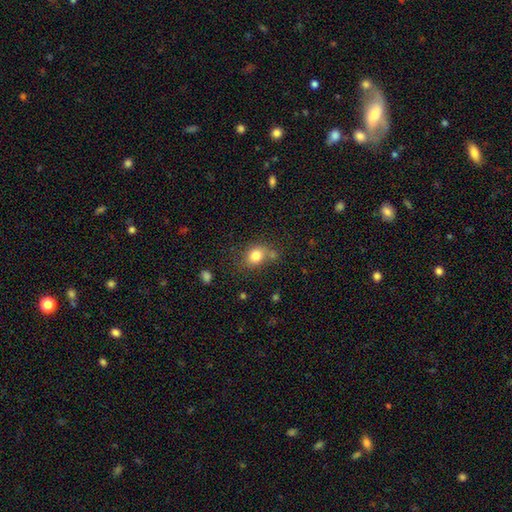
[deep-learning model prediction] A smooth galaxy with no disk features (80%) that is round (60%).

Vote fractions:
- Smooth or featured? smooth: 80% / star or artifact: 12% / featured or disk: 9%
- How rounded? round: 60% / in between: 39% / cigar-shaped: 1%
- Merging? none: 62% / minor disturbance: 18% / merger: 13% / major disturbance: 6%